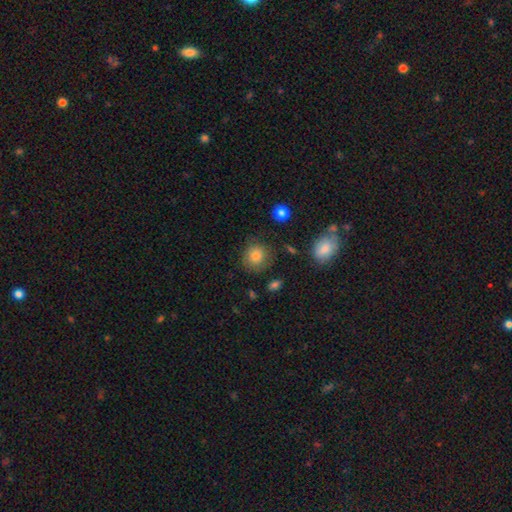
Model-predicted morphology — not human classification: Smooth or featured: smooth — 84% (star or artifact — 10%)
How rounded: round — 81% (in between — 18%)
Merging: none — 79% (minor disturbance — 14%)